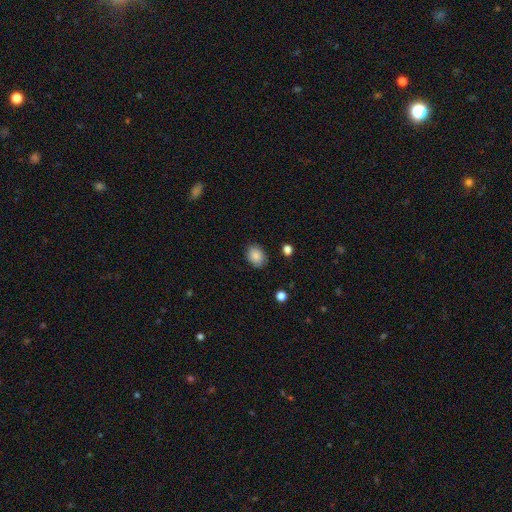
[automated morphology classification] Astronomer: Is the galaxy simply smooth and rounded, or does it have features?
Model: smooth — 86%.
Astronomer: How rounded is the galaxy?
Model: in between — 61% (runner-up: round, 38%).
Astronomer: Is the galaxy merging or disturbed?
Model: none — 83%.